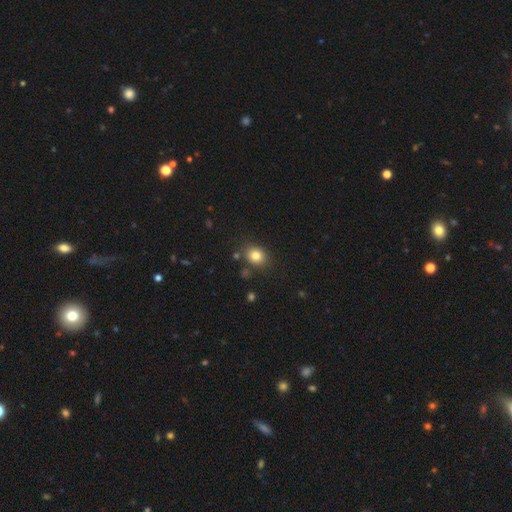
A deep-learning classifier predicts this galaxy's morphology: The model was most divided on "how rounded": round: 58%, in between: 41%, cigar-shaped: 1%. More confident: smooth or featured — smooth (82%); merging — none (81%).